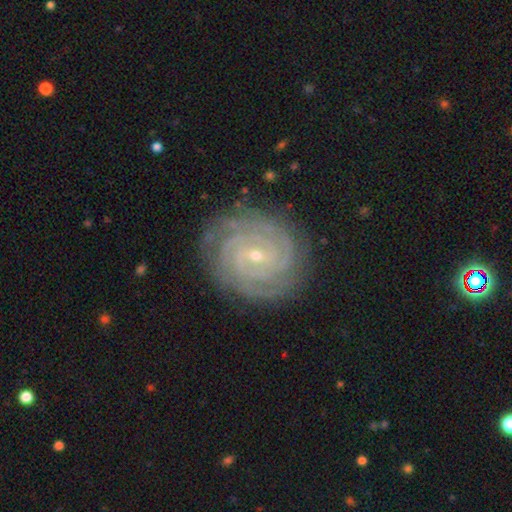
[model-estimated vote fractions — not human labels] The model was most divided on "spiral arm count": 4: 27%, 3: 19%, can't tell: 19%, 2: 16%, more than 4: 12%, 1: 8%. Remaining: spiral arms — yes (98%); edge-on disk — no (98%); smooth or featured — featured or disk (91%); spiral winding — tight (86%); merging — none (85%); bulge size — small (79%); bar — weak (45%).